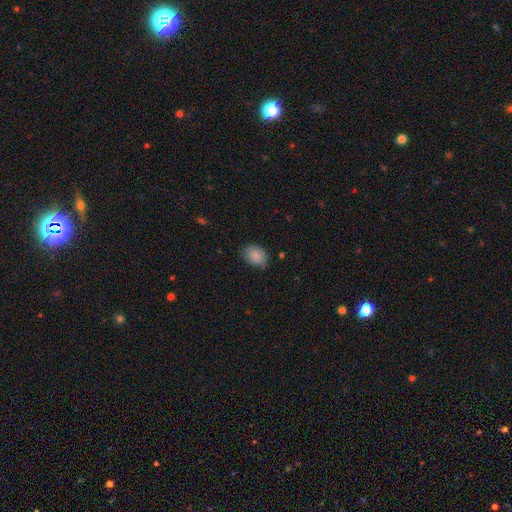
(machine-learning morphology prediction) A smooth galaxy with no disk features (86%) that is in between round and cigar-shaped (74%). Merging: none (73%).